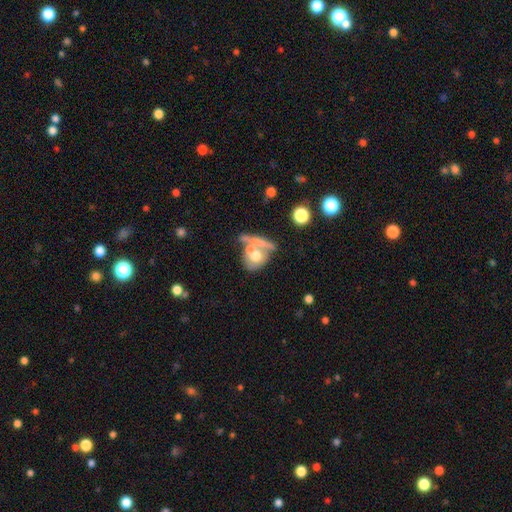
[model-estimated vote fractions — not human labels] A smooth galaxy with no disk features (55%) that is round (50%).

Vote fractions:
- Smooth or featured? smooth: 55% / featured or disk: 36% / star or artifact: 8%
- How rounded? round: 50% / in between: 44% / cigar-shaped: 6%
- Merging? merger: 53% / none: 26% / minor disturbance: 11% / major disturbance: 10%